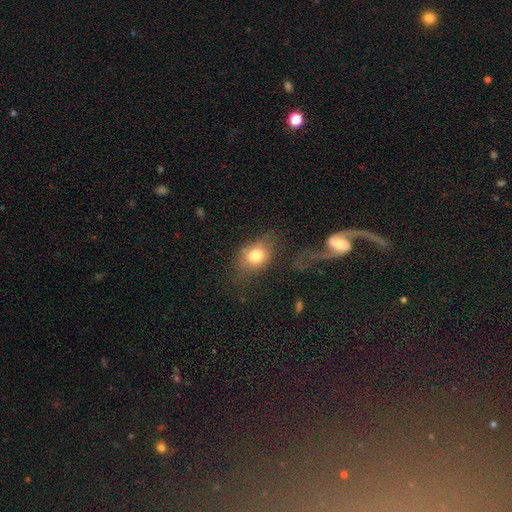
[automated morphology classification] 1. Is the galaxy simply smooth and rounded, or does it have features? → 75% smooth, 16% featured or disk, 9% star or artifact.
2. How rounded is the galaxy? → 65% in between, 33% round, 2% cigar-shaped.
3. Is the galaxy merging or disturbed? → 49% none, 23% major disturbance, 23% minor disturbance, 6% merger.